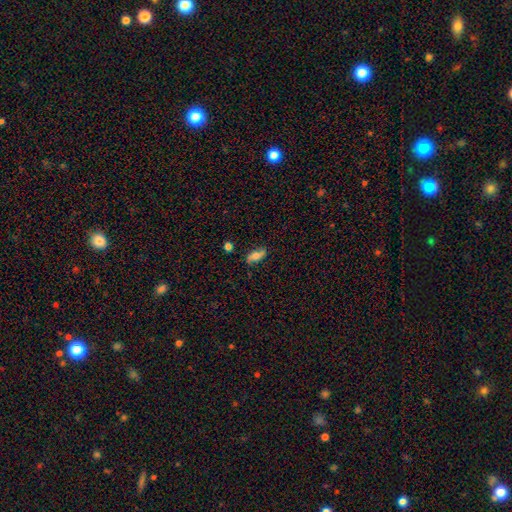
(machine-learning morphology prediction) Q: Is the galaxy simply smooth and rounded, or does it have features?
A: smooth — 60%.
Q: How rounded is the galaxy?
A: in between — 81%.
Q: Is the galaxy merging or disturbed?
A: none — 79%.